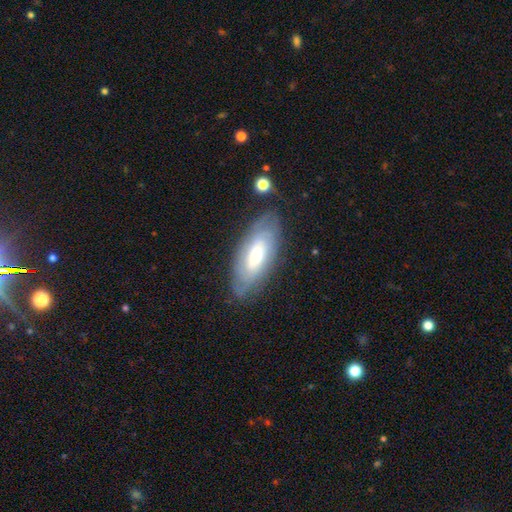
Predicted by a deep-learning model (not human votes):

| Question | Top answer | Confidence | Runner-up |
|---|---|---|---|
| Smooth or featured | featured or disk | 52% | smooth (41%) |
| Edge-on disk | no | 82% | yes (18%) |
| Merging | none | 75% | minor disturbance (17%) |